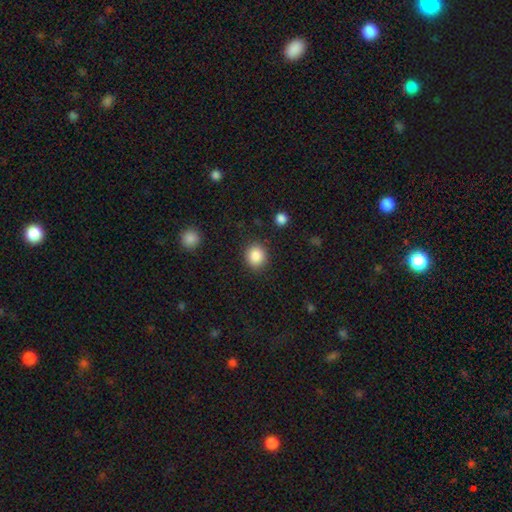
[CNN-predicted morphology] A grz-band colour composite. It shows a smooth galaxy with no disk features (87%) that is round (81%). Merging: none (88%).